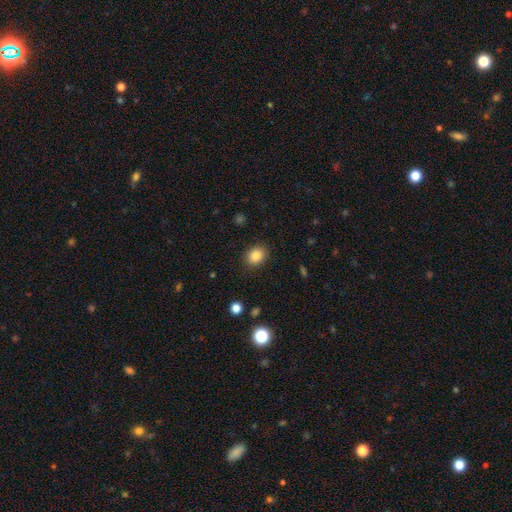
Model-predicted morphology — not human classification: Smooth or featured? smooth (86%)
How rounded? round (51%)
Merging? none (87%)